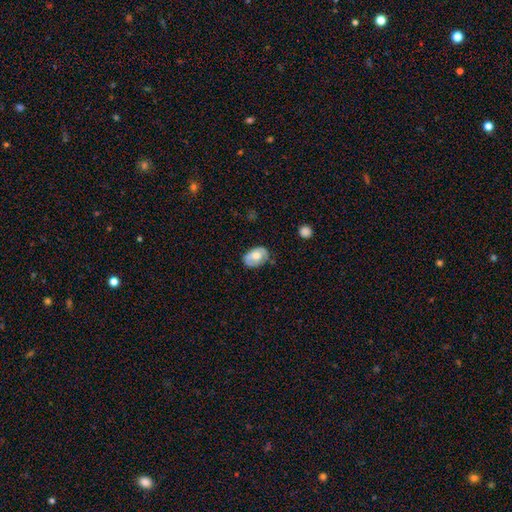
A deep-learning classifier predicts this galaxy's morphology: Smooth or featured? smooth (58%)
How rounded? in between (85%)
Merging? none (65%)